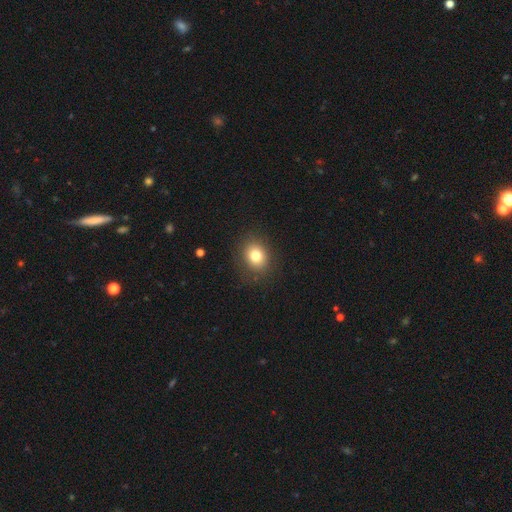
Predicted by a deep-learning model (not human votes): smooth 80%, star or artifact 11%, featured or disk 9%. Down the decision tree: how rounded — round (63%); merging — none (86%).